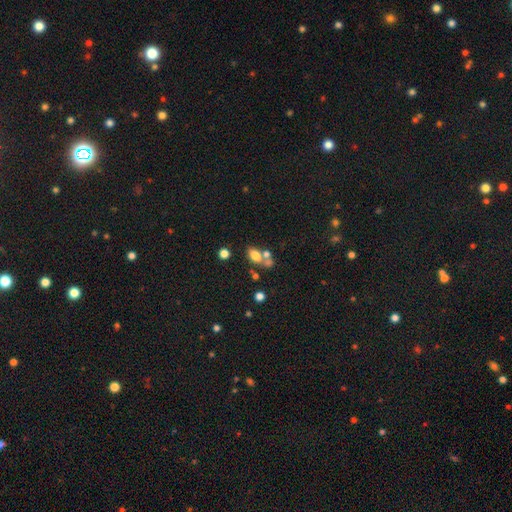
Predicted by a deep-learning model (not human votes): Morphology: type=smooth (71%); roundness=in between (79%); merging=none (42%).